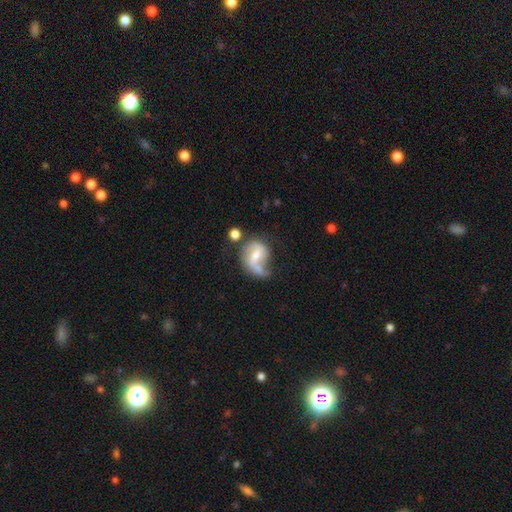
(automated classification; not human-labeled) Smooth or featured?
  - featured or disk: 62% *
  - smooth: 31%
  - star or artifact: 7%
Edge-on disk?
  - no: 97% *
  - yes: 3%
Bar?
  - weak: 47% *
  - strong: 27%
  - no: 26%
Spiral arms?
  - yes: 75% *
  - no: 25%
Bulge size?
  - moderate: 48% *
  - small: 37%
  - none: 8%
  - large: 5%
  - dominant: 1%
Merging?
  - none: 32% *
  - major disturbance: 26%
  - minor disturbance: 23%
  - merger: 19%